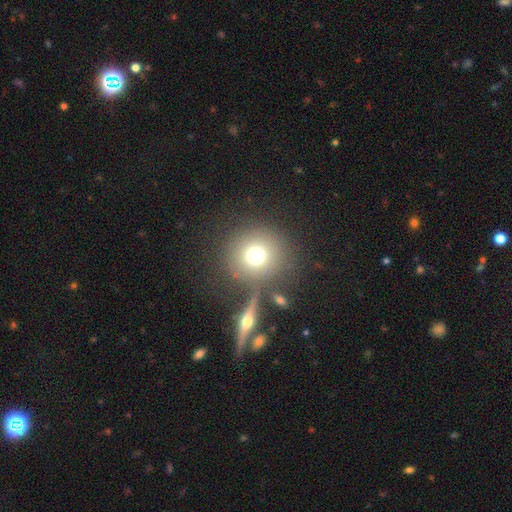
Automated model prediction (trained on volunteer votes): smooth_or_featured: smooth (p=0.72) [alt: featured or disk p=0.15]
how_rounded: round (p=0.92) [alt: in between p=0.07]
merging: none (p=0.72) [alt: merger p=0.12]